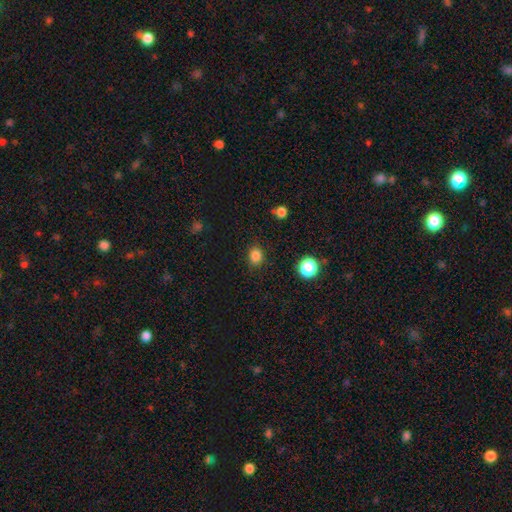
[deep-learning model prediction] Morphology: type=smooth (83%); roundness=round (60%); merging=none (87%).